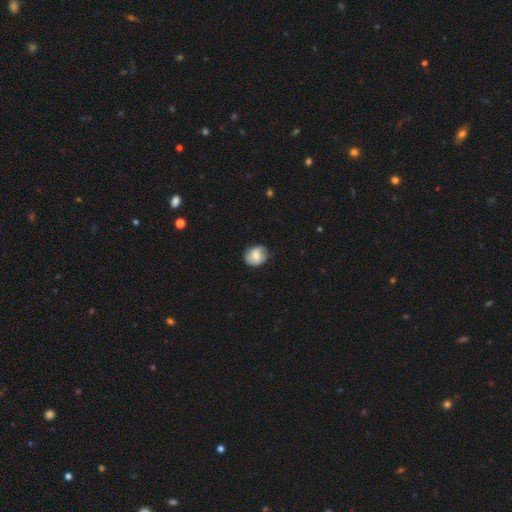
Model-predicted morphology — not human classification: Smooth or featured? Predicted: smooth (p=0.66). How rounded? Predicted: round (p=0.75). Merging? Predicted: none (p=0.77).